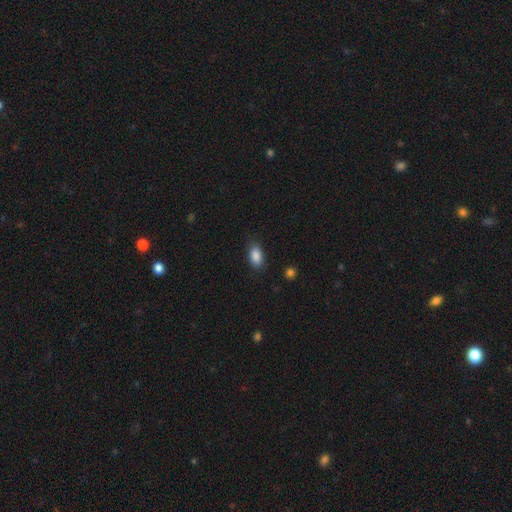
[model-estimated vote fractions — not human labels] smooth-or-featured: smooth: 88% | star or artifact: 8% | featured or disk: 4%
  how-rounded: in between: 90% | round: 6% | cigar-shaped: 4%
  merging: none: 84% | minor disturbance: 12% | major disturbance: 3% | merger: 1%